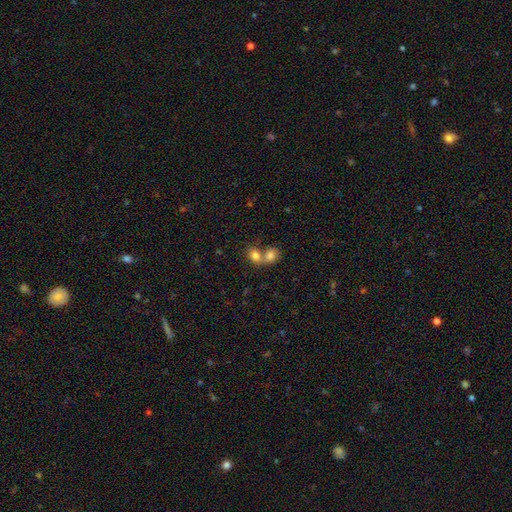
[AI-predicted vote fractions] smooth-or-featured: smooth: 79% | featured or disk: 12% | star or artifact: 10%
  how-rounded: in between: 56% | round: 43% | cigar-shaped: 1%
  merging: merger: 67% | none: 24% | minor disturbance: 6% | major disturbance: 3%